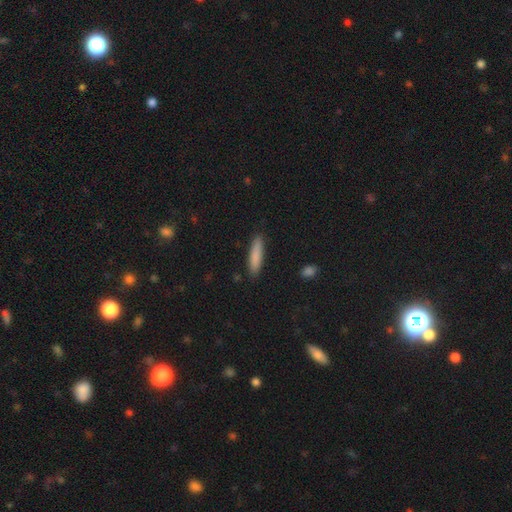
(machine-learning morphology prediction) smooth_or_featured: smooth (p=0.85) [alt: featured or disk p=0.09]
how_rounded: cigar-shaped (p=0.81) [alt: in between p=0.18]
merging: none (p=0.88) [alt: minor disturbance p=0.09]